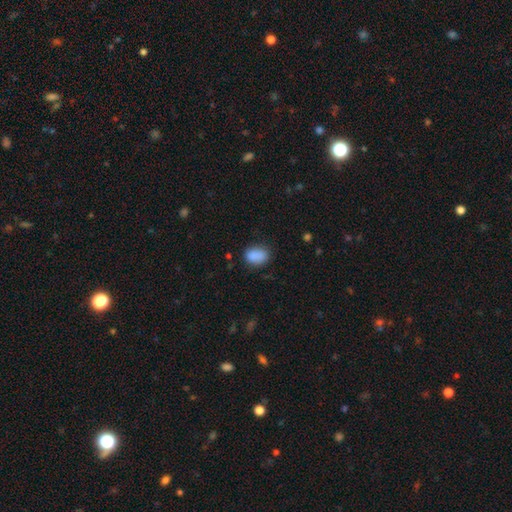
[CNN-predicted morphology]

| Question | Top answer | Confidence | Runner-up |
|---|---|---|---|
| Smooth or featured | smooth | 87% | star or artifact (9%) |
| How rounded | in between | 79% | round (19%) |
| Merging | none | 76% | minor disturbance (18%) |